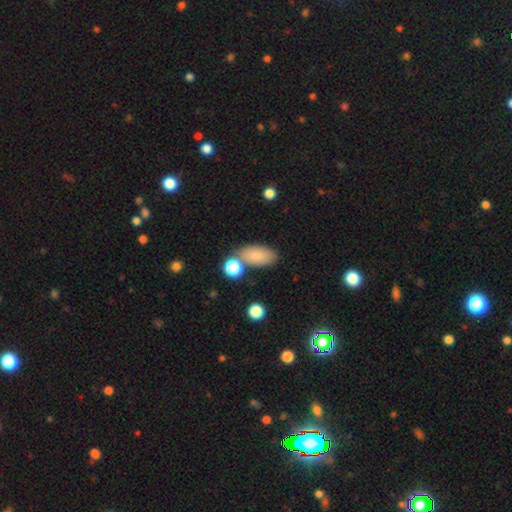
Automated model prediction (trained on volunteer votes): Smooth or featured? Predicted: smooth (p=0.84). How rounded? Predicted: in between (p=0.90). Merging? Predicted: none (p=0.66).